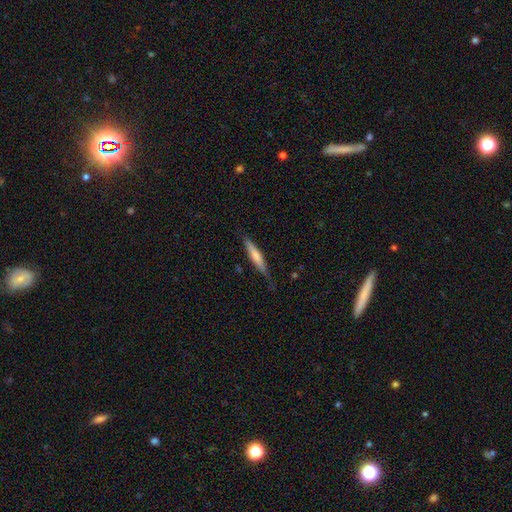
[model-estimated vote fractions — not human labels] Morphology: type=smooth (60%); roundness=cigar-shaped (91%); merging=none (77%).